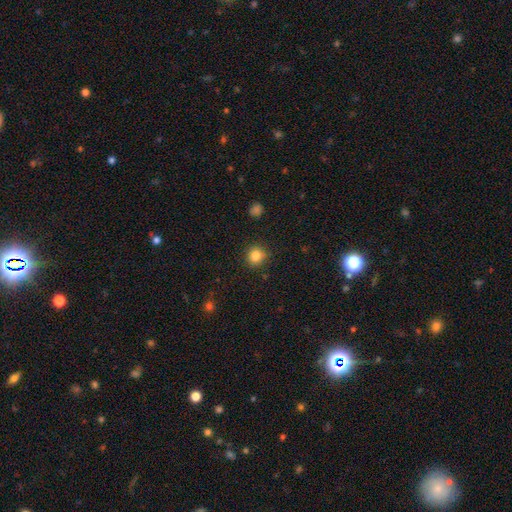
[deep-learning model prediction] Morphology: type=smooth (84%); roundness=round (91%); merging=none (90%).